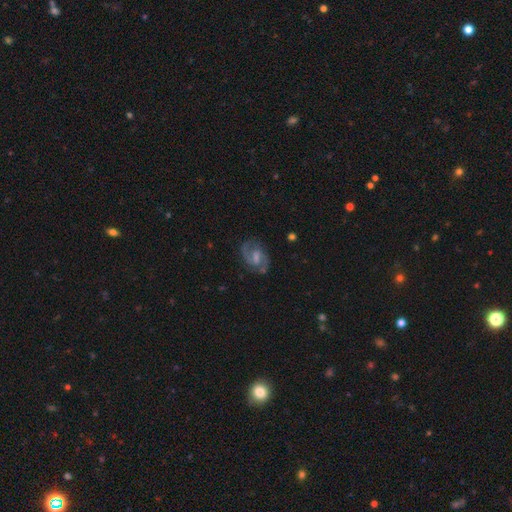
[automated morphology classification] Smooth or featured? Predicted: featured or disk (p=0.82). Edge-on disk? Predicted: no (p=0.97). Bar? Predicted: weak (p=0.57). Spiral arms? Predicted: yes (p=0.96). Spiral winding? Predicted: medium (p=0.56). Spiral arm count? Predicted: 2 (p=0.88). Bulge size? Predicted: moderate (p=0.40). Merging? Predicted: none (p=0.79).